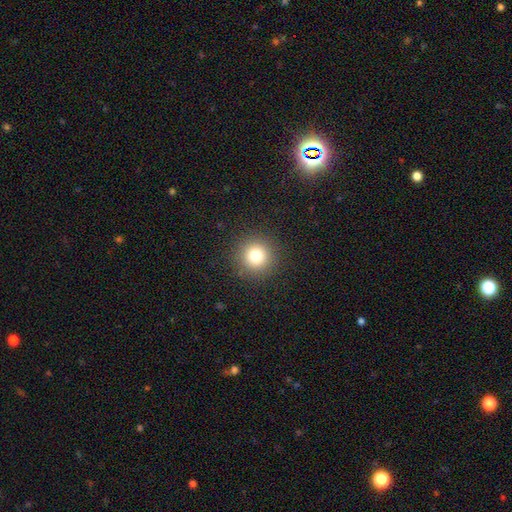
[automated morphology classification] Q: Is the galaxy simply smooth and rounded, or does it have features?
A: smooth — 78%.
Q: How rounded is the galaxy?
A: round — 95%.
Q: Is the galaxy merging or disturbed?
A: none — 91%.